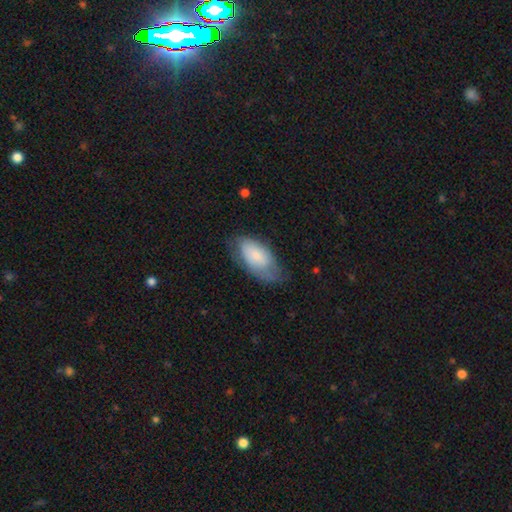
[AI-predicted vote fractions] smooth-or-featured: smooth: 70% | featured or disk: 23% | star or artifact: 6%
  how-rounded: in between: 93% | cigar-shaped: 5% | round: 3%
  merging: none: 50% | minor disturbance: 35% | major disturbance: 14% | merger: 2%